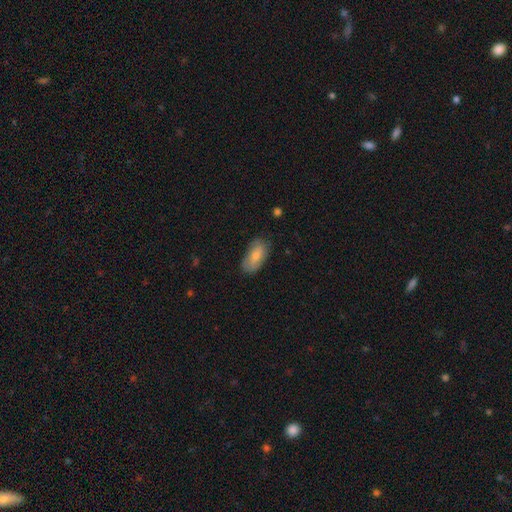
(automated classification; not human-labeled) Smooth or featured? smooth (75%)
How rounded? in between (91%)
Merging? none (74%)